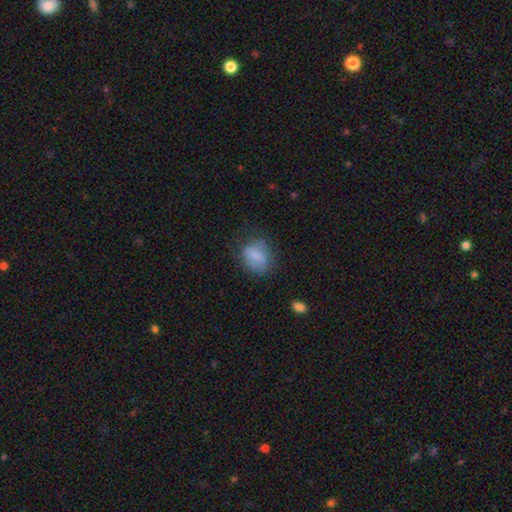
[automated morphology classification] Smooth or featured?
  - smooth: 74% *
  - featured or disk: 16%
  - star or artifact: 10%
How rounded?
  - in between: 64% *
  - round: 33%
  - cigar-shaped: 2%
Merging?
  - none: 59% *
  - minor disturbance: 26%
  - major disturbance: 13%
  - merger: 3%